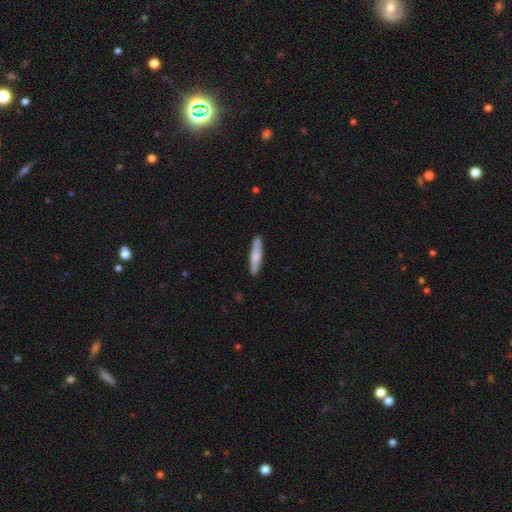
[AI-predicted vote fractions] Smooth or featured? Predicted: smooth (p=0.72). How rounded? Predicted: cigar-shaped (p=0.84). Merging? Predicted: none (p=0.88).